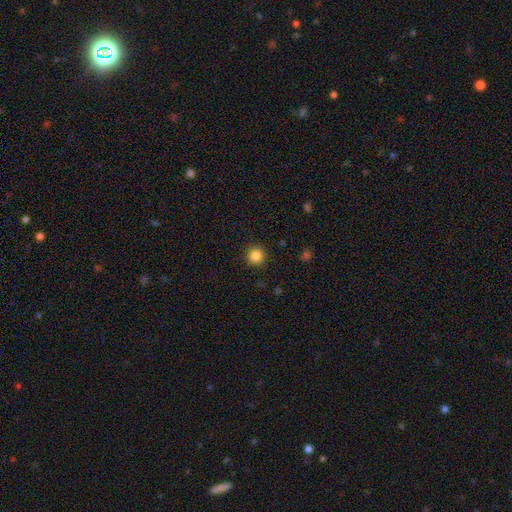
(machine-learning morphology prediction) smooth-or-featured: smooth: 86% | star or artifact: 11% | featured or disk: 3%
  how-rounded: round: 94% | in between: 5% | cigar-shaped: 1%
  merging: none: 91% | minor disturbance: 6% | major disturbance: 2% | merger: 1%